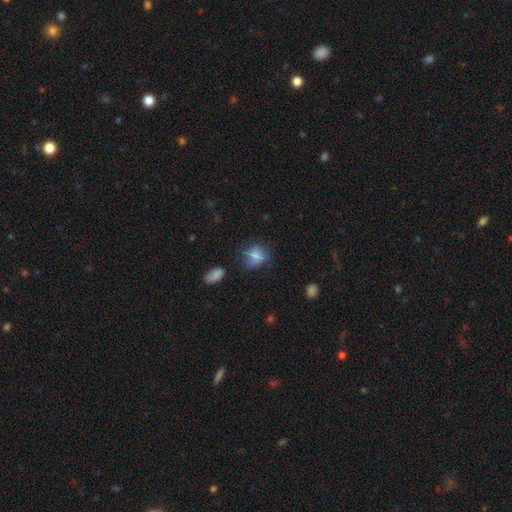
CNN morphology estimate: Smooth or featured? smooth (73%)
How rounded? round (53%)
Merging? none (50%)